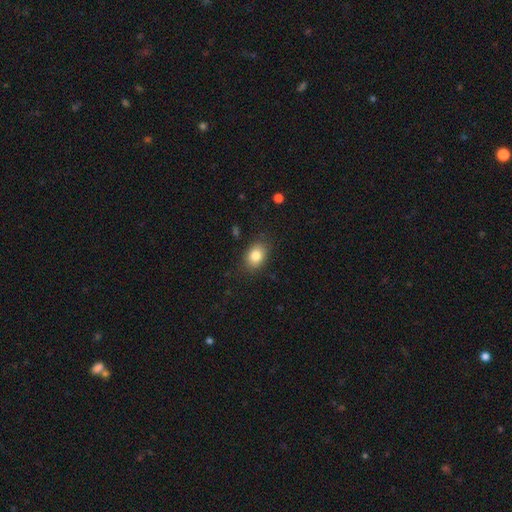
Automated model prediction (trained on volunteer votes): smooth-or-featured: smooth: 84% | star or artifact: 9% | featured or disk: 8%
  how-rounded: in between: 71% | round: 28% | cigar-shaped: 1%
  merging: none: 83% | minor disturbance: 12% | major disturbance: 3% | merger: 1%